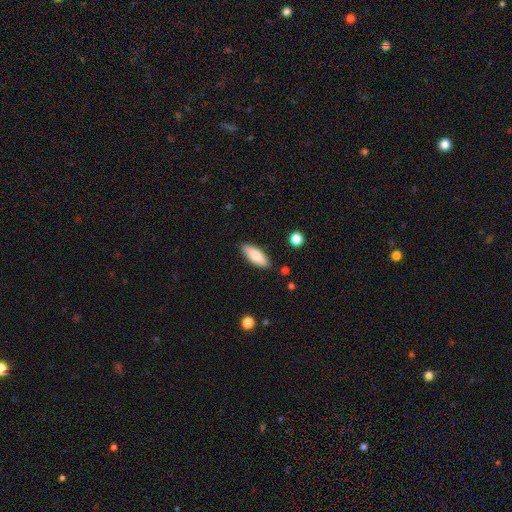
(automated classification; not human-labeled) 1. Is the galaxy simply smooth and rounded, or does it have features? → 82% smooth, 12% featured or disk, 6% star or artifact.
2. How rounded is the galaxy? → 74% in between, 24% cigar-shaped, 2% round.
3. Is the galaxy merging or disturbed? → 86% none, 11% minor disturbance, 2% major disturbance, 2% merger.